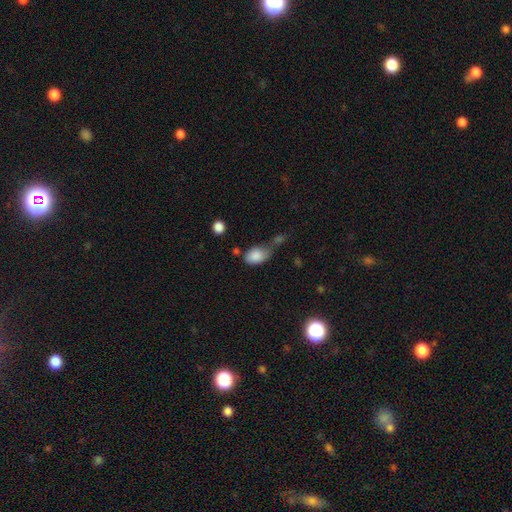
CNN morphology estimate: Smooth or featured? smooth (85%)
How rounded? in between (83%)
Merging? none (33%)